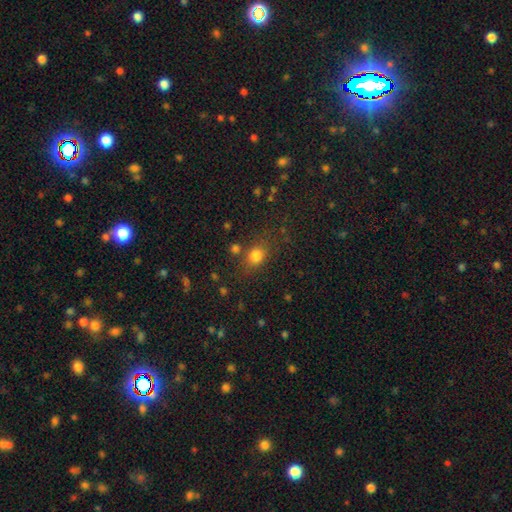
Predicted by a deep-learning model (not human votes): Smooth or featured?
  - smooth: 79% *
  - star or artifact: 14%
  - featured or disk: 7%
How rounded?
  - round: 54% *
  - in between: 44%
  - cigar-shaped: 2%
Merging?
  - none: 70% *
  - minor disturbance: 15%
  - merger: 8%
  - major disturbance: 7%